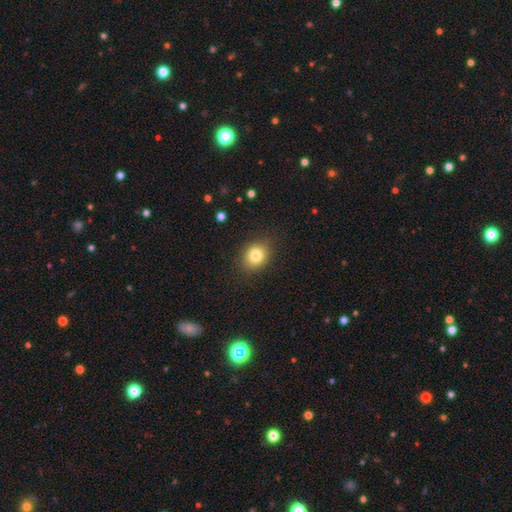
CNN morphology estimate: smooth_or_featured: smooth (p=0.81) [alt: star or artifact p=0.11]
how_rounded: round (p=0.57) [alt: in between p=0.42]
merging: none (p=0.86) [alt: minor disturbance p=0.10]